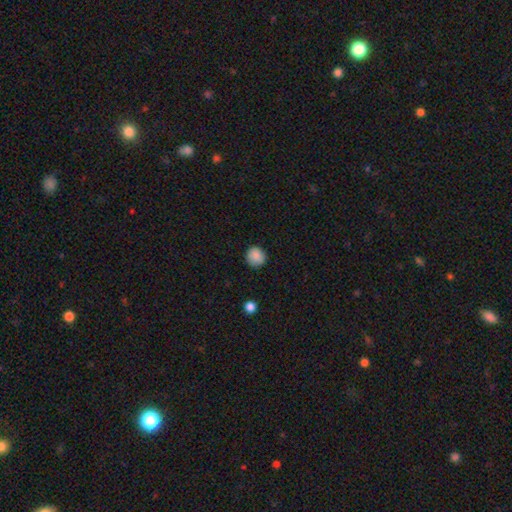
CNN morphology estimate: Overall: smooth (87%). How rounded: round (90%). Merging: none (85%).